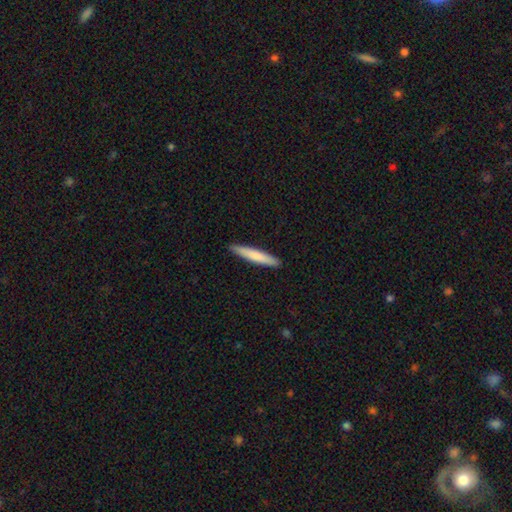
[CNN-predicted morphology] This is likely a smooth galaxy (76%). How rounded: clearly cigar-shaped (94%). Merging: clearly none (91%).